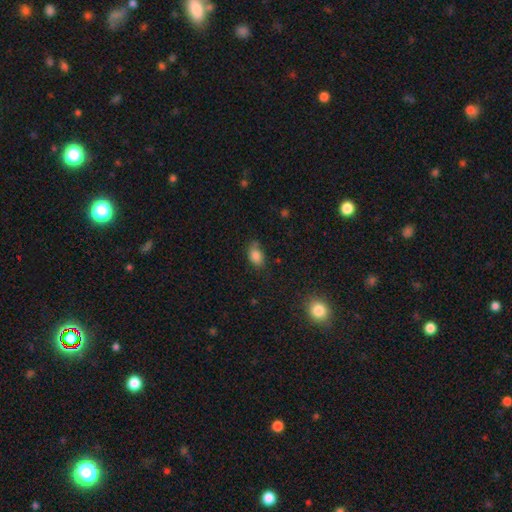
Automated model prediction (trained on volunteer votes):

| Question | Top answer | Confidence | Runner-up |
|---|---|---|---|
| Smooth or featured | smooth | 83% | star or artifact (10%) |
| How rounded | in between | 84% | round (14%) |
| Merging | none | 65% | minor disturbance (25%) |